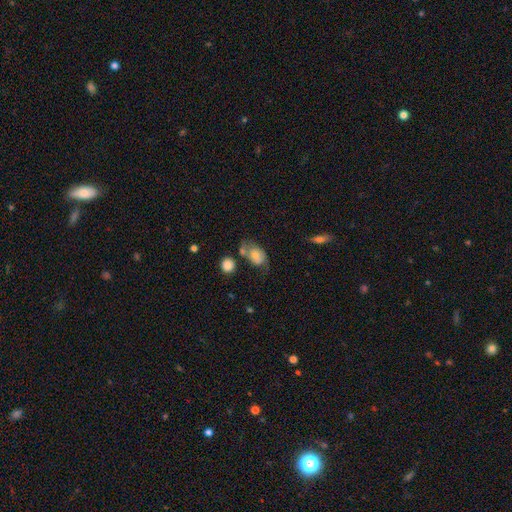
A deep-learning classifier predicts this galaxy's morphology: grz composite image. It shows a smooth galaxy with no disk features (60%) that is in between round and cigar-shaped (77%). Merging: none (41%).